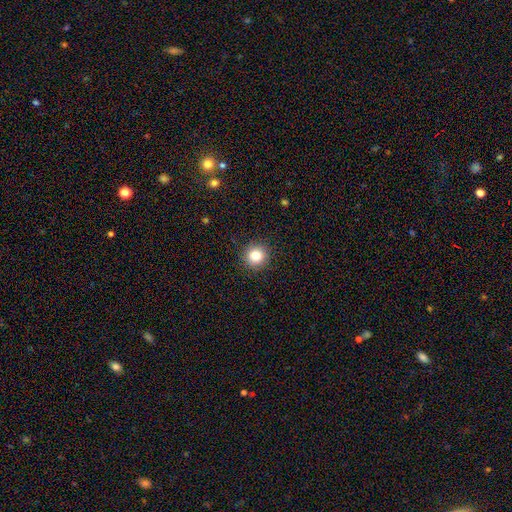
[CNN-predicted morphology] The model was most divided on "smooth or featured": smooth: 82%, star or artifact: 12%, featured or disk: 7%. More confident: how rounded — round (94%); merging — none (91%).